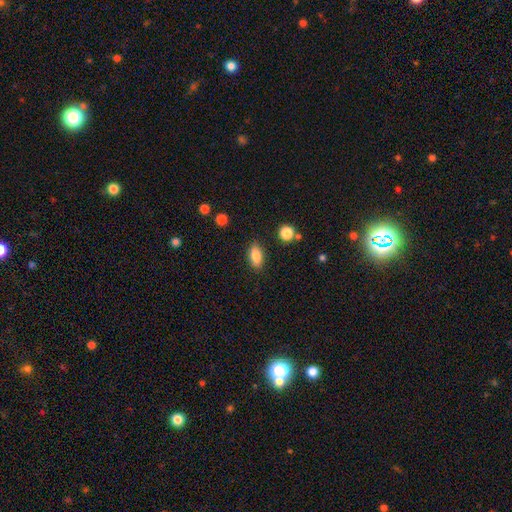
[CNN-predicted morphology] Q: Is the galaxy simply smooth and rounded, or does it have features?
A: smooth — 84%.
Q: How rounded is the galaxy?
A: in between — 85%.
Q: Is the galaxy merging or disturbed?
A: none — 86%.